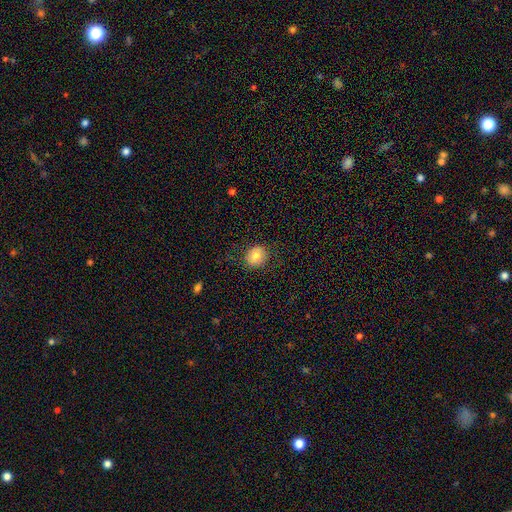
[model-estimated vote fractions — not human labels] This is clearly a smooth galaxy (82%). How rounded: likely round (76%). Merging: clearly none (84%).